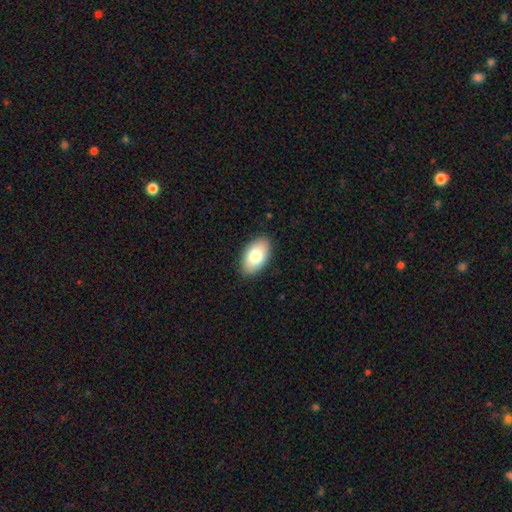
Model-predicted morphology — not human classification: This is likely a smooth galaxy (79%). How rounded: clearly in between (94%). Merging: clearly none (88%).